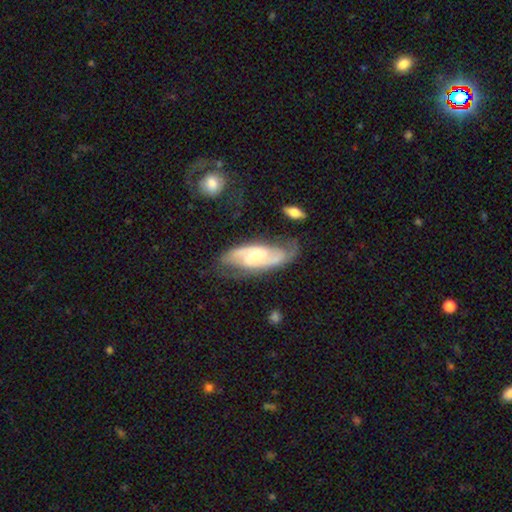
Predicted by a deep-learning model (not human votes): This is likely a featured or disk galaxy (80%). It is clearly not viewed edge-on (92%). Bar: possibly no (49%). Spiral arm pattern: clearly yes (94%). Spiral arm count: clearly 2 (82%). Spiral winding: possibly medium (48%). Central bulge: possibly small (45%). Merging: likely none (67%).